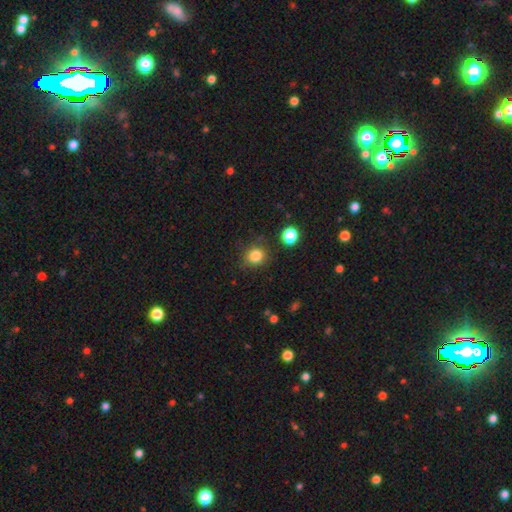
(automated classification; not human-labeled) Smooth or featured? Predicted: smooth (p=0.84). How rounded? Predicted: round (p=0.83). Merging? Predicted: none (p=0.80).